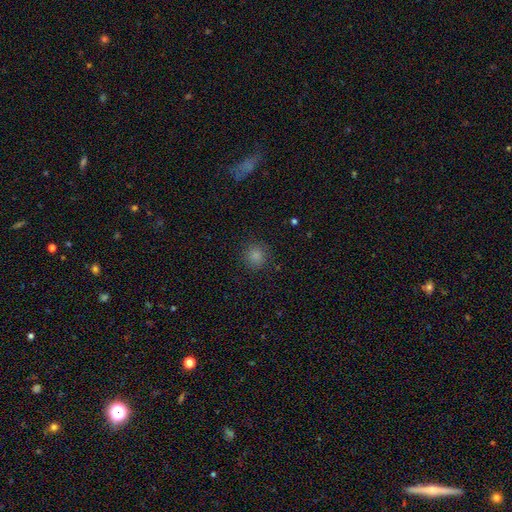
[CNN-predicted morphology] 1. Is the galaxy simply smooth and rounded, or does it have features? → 84% smooth, 12% star or artifact, 4% featured or disk.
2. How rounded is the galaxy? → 91% round, 8% in between, 1% cigar-shaped.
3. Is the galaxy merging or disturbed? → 88% none, 8% minor disturbance, 3% major disturbance, 1% merger.